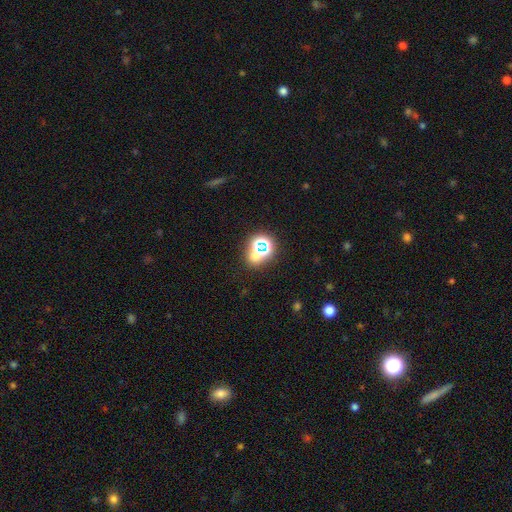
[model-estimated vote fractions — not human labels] Overall: star or artifact (50%; smooth 38%).